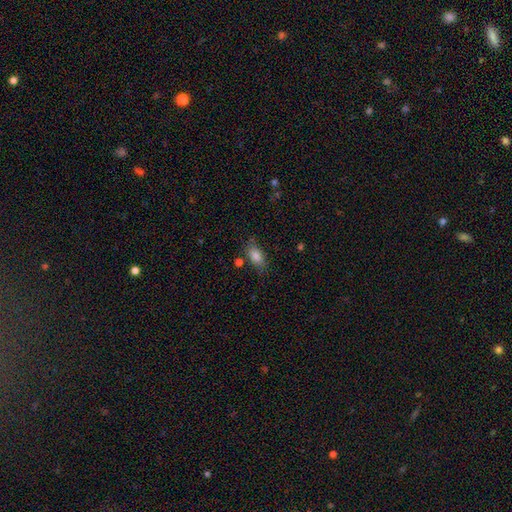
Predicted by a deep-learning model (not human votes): This appears to be a smooth galaxy with no disk features (84%) that is in between round and cigar-shaped (89%). Merging: none (73%).